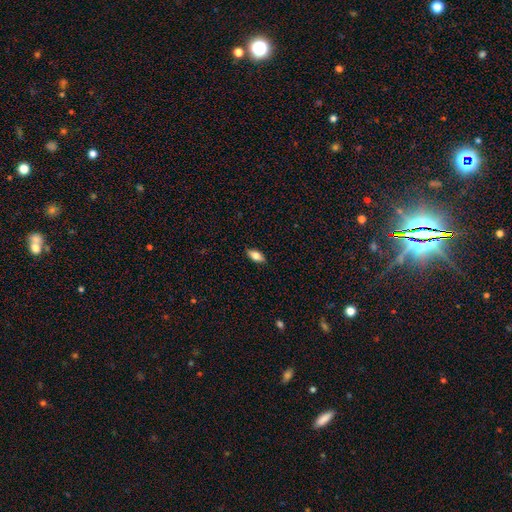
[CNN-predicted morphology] Smooth or featured? smooth (71%)
How rounded? in between (83%)
Merging? none (87%)